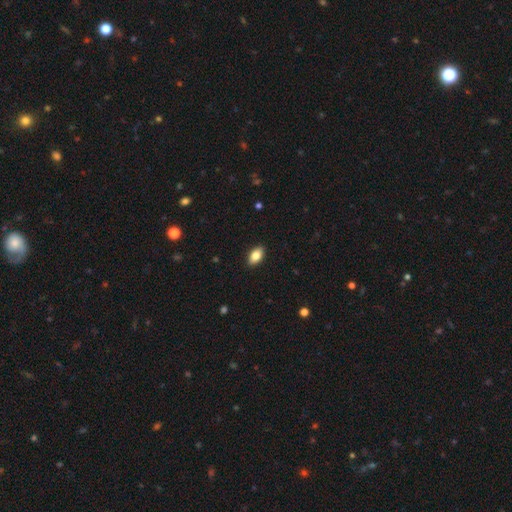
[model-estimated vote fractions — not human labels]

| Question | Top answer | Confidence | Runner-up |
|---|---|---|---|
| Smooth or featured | smooth | 82% | featured or disk (11%) |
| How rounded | in between | 91% | round (5%) |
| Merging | none | 90% | minor disturbance (8%) |